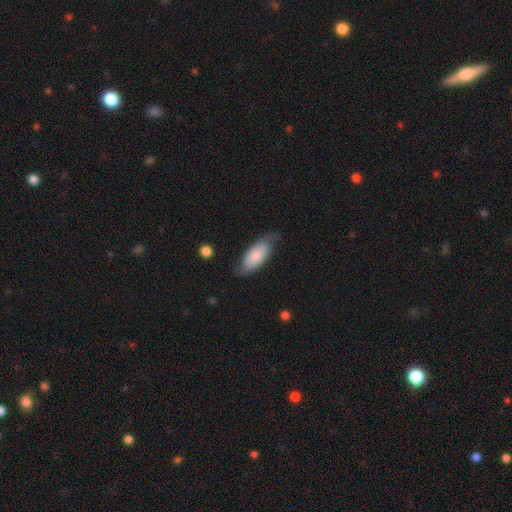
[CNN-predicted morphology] Smooth or featured: smooth — 73% (featured or disk — 21%)
How rounded: in between — 85% (cigar-shaped — 13%)
Merging: none — 66% (minor disturbance — 26%)